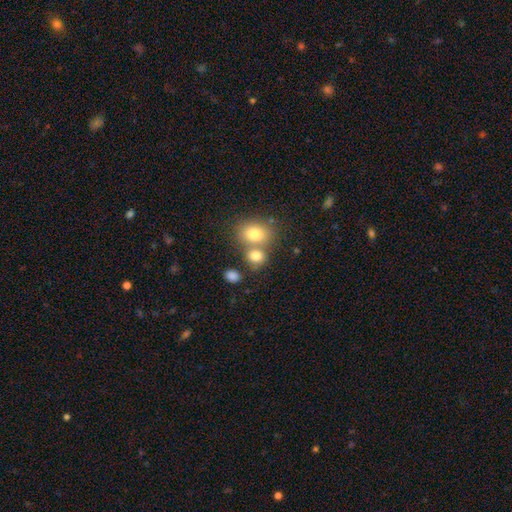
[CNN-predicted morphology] A smooth galaxy with no disk features (78%) that is round (57%). Merging: none (44%, tied with merger).